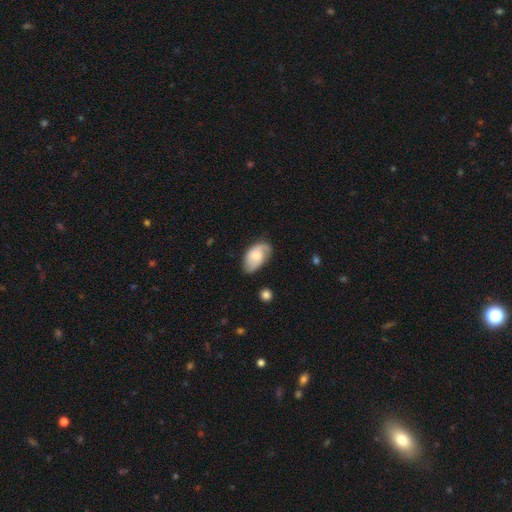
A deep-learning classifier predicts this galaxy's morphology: smooth_or_featured: smooth (p=0.48) [alt: featured or disk p=0.45]
merging: none (p=0.63) [alt: minor disturbance p=0.28]